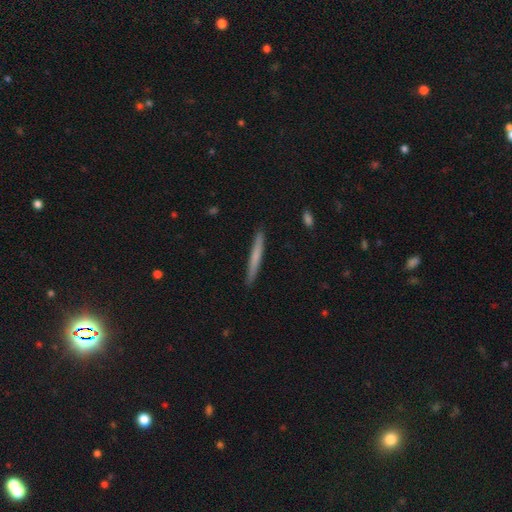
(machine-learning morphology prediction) Smooth or featured? smooth (65%)
How rounded? cigar-shaped (97%)
Merging? none (91%)